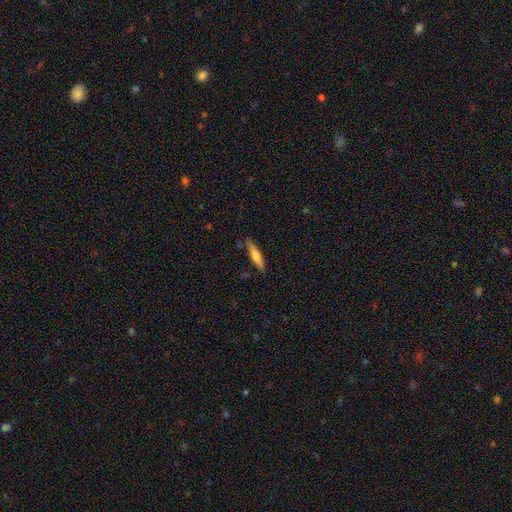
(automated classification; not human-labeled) Q: Smooth or featured?
A: smooth (55%); runner-up: featured or disk (38%)
Q: How rounded?
A: cigar-shaped (86%); runner-up: in between (12%)
Q: Merging?
A: none (85%); runner-up: minor disturbance (11%)